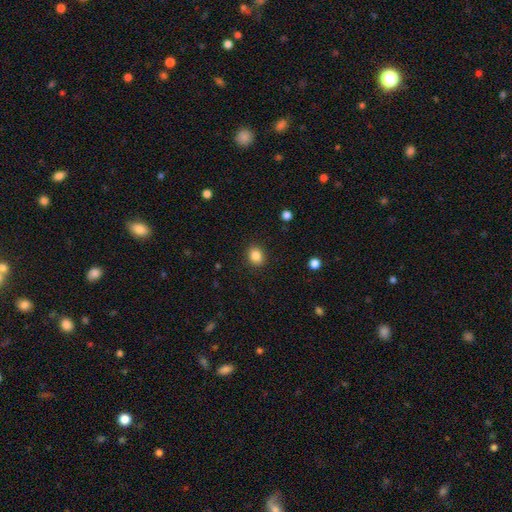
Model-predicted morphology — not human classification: Smooth or featured: smooth — 85% (star or artifact — 10%)
How rounded: round — 59% (in between — 40%)
Merging: none — 89% (minor disturbance — 8%)